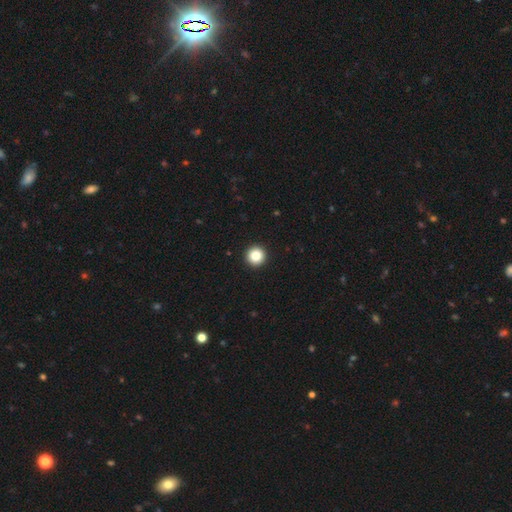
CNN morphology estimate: Q: Smooth or featured?
A: smooth (85%); runner-up: star or artifact (10%)
Q: How rounded?
A: round (96%); runner-up: in between (3%)
Q: Merging?
A: none (94%); runner-up: minor disturbance (3%)